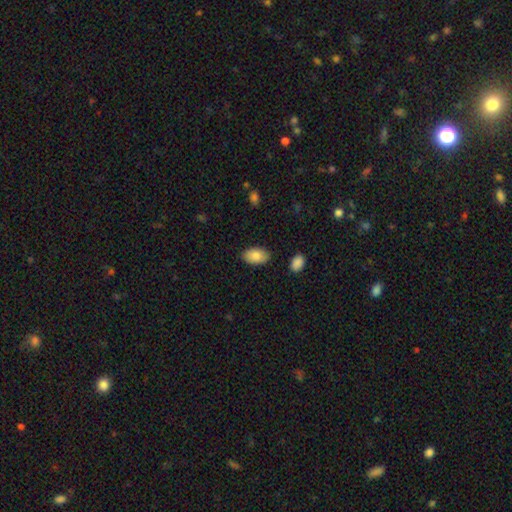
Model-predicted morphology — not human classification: The model was most divided on "merging": none: 85%, minor disturbance: 11%, major disturbance: 2%, merger: 2%. More confident: how rounded — in between (94%); smooth or featured — smooth (84%).